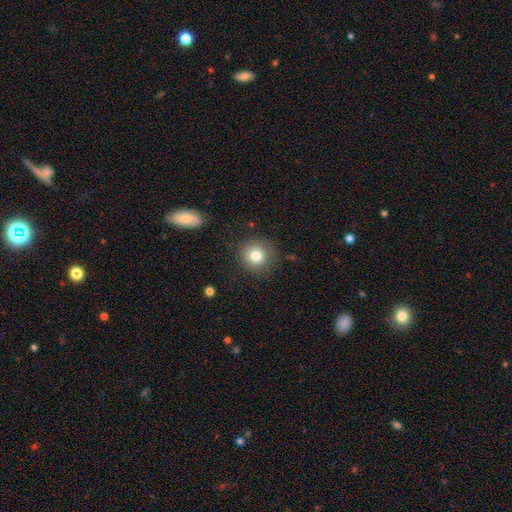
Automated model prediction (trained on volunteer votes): Morphology: type=smooth (80%); roundness=round (91%); merging=none (85%).